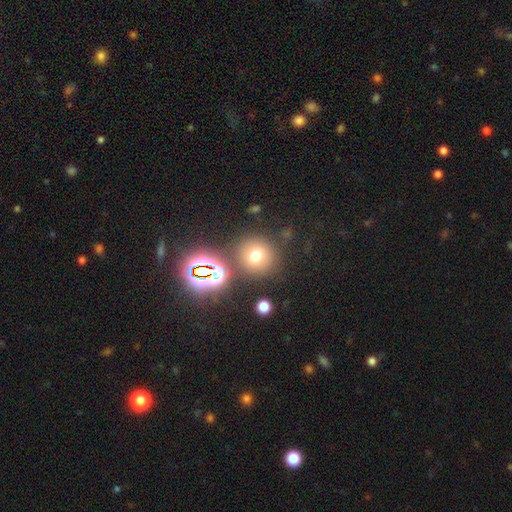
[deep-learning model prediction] Smooth or featured? Predicted: smooth (p=0.68). How rounded? Predicted: round (p=0.92). Merging? Predicted: none (p=0.78).